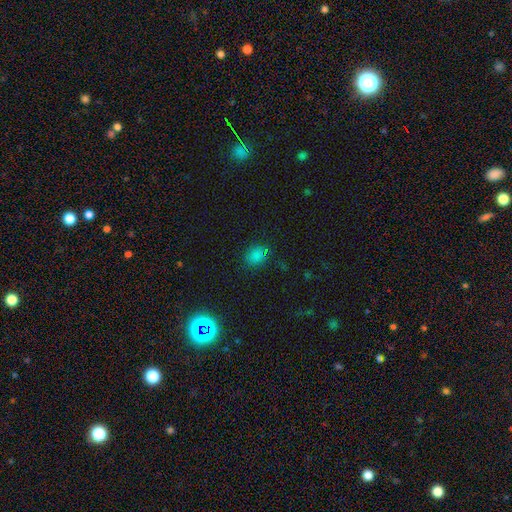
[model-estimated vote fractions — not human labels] Smooth or featured: smooth — 72% (star or artifact — 23%)
How rounded: round — 62% (in between — 37%)
Merging: none — 81% (minor disturbance — 13%)